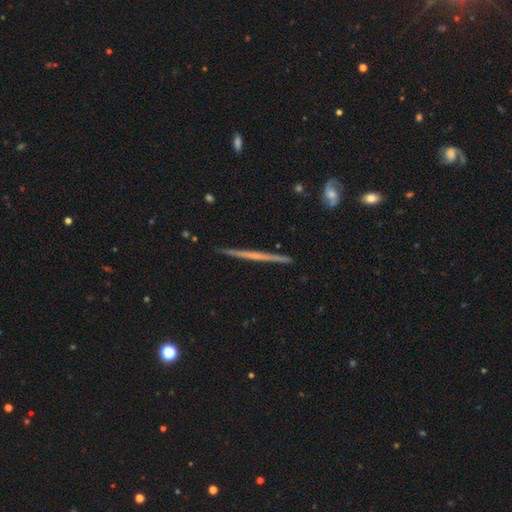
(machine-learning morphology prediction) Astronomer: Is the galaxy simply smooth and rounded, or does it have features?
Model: featured or disk — 67%.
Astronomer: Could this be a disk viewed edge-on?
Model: yes — 98%.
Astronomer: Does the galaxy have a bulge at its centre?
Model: none — 80%.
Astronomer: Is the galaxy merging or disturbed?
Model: none — 91%.